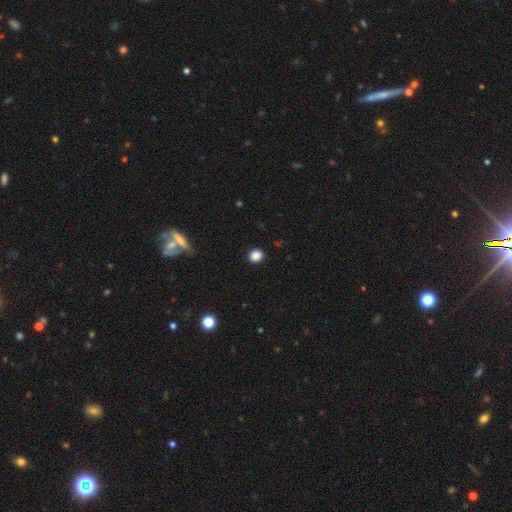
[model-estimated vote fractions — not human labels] A smooth galaxy with no disk features (86%) that is round (80%).

Vote fractions:
- Smooth or featured? smooth: 86% / star or artifact: 11% / featured or disk: 3%
- How rounded? round: 80% / in between: 19% / cigar-shaped: 1%
- Merging? none: 91% / minor disturbance: 6% / major disturbance: 2% / merger: 1%